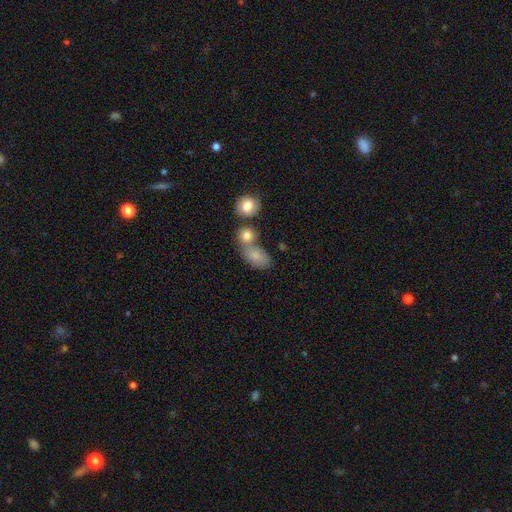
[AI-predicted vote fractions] Smooth or featured? Predicted: smooth (p=0.80). How rounded? Predicted: in between (p=0.78). Merging? Predicted: none (p=0.41, tied with merger).